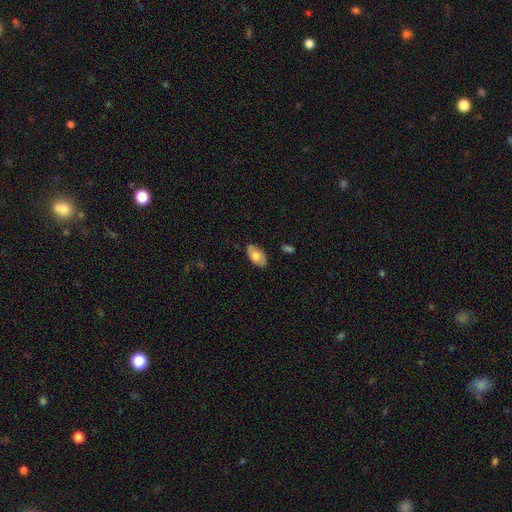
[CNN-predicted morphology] Smooth or featured: smooth — 69% (featured or disk — 25%)
How rounded: in between — 94% (round — 5%)
Merging: none — 84% (minor disturbance — 13%)